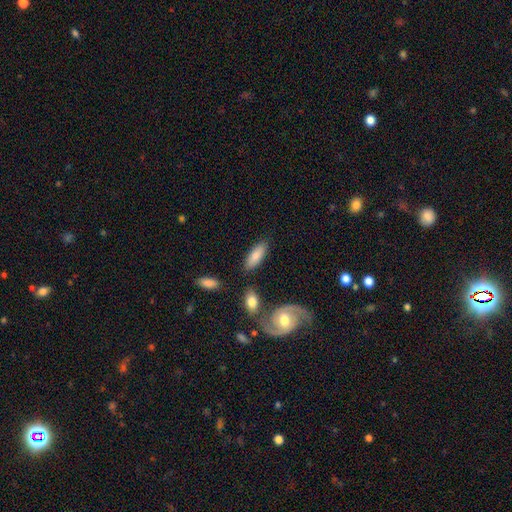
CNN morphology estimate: A smooth galaxy with no disk features (81%) that is in between round and cigar-shaped (71%).

Vote fractions:
- Smooth or featured? smooth: 81% / featured or disk: 13% / star or artifact: 6%
- How rounded? in between: 71% / cigar-shaped: 27% / round: 2%
- Merging? none: 79% / minor disturbance: 12% / merger: 6% / major disturbance: 4%